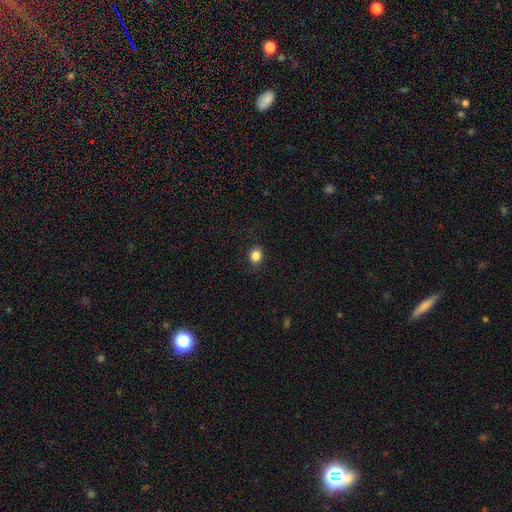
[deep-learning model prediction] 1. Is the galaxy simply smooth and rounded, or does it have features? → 85% smooth, 11% star or artifact, 4% featured or disk.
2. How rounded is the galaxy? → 64% round, 35% in between, 1% cigar-shaped.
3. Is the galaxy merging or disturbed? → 87% none, 9% minor disturbance, 3% major disturbance, 1% merger.